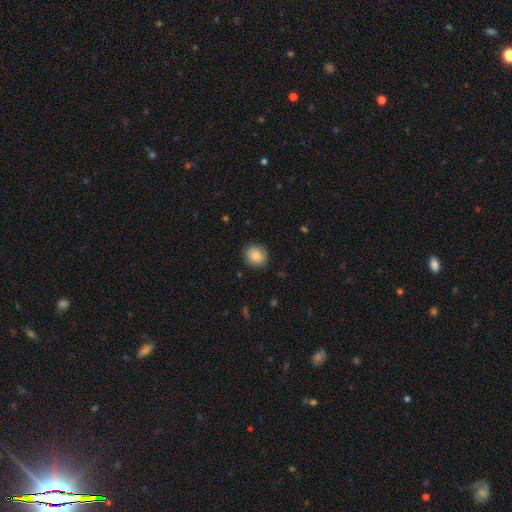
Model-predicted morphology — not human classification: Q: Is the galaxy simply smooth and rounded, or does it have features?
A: smooth — 86%.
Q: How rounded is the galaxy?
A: round — 84%.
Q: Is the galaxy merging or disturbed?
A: none — 87%.